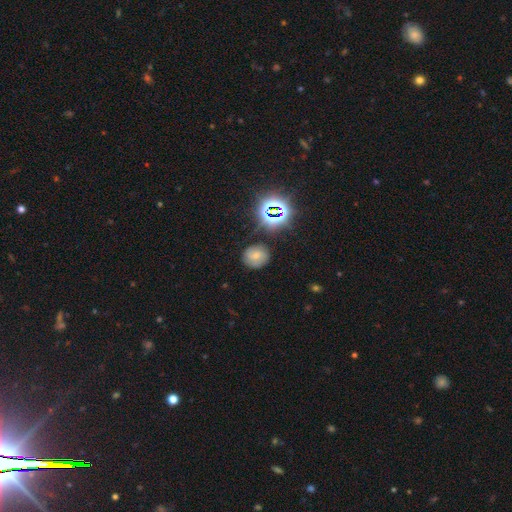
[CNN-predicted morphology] This is possibly a smooth galaxy (54%). How rounded: likely round (75%). Merging: likely none (77%).